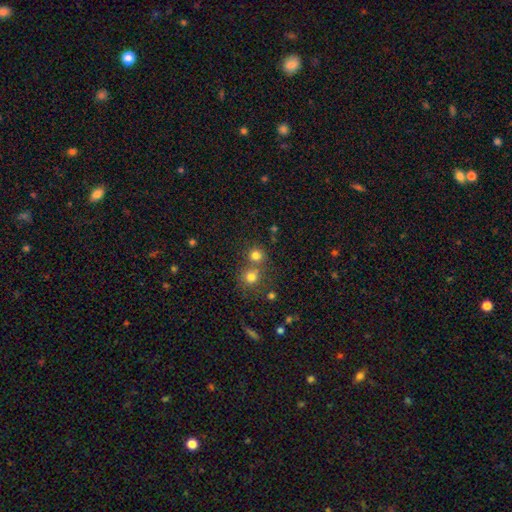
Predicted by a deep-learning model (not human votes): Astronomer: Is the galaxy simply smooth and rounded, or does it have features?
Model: smooth — 77%.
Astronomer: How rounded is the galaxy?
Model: round — 90%.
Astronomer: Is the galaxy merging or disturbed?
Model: none — 60%.